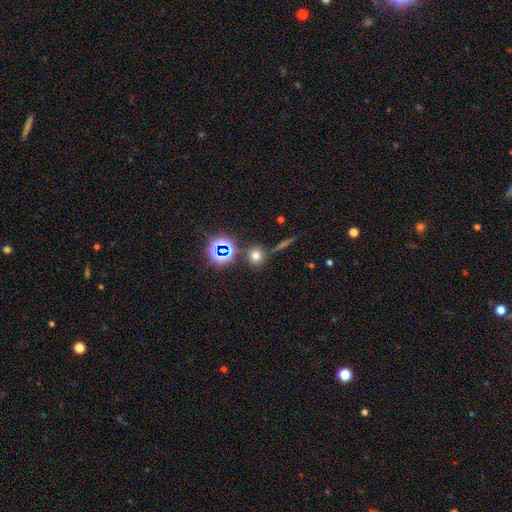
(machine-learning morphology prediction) smooth_or_featured: smooth (p=0.64) [alt: star or artifact p=0.26]
how_rounded: round (p=0.90) [alt: in between p=0.08]
merging: none (p=0.80) [alt: merger p=0.08]